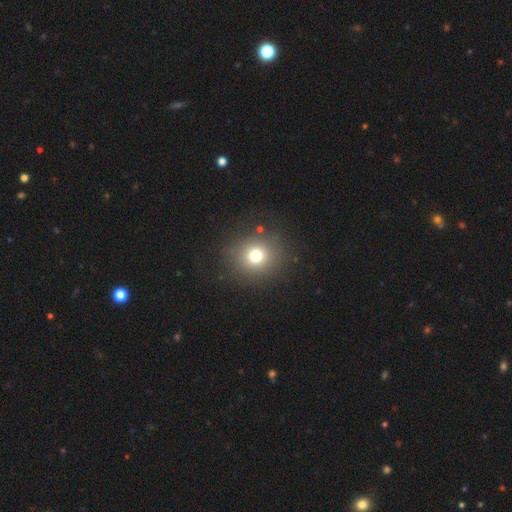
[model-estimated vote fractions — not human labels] Smooth or featured? Predicted: smooth (p=0.74). How rounded? Predicted: round (p=0.86). Merging? Predicted: none (p=0.86).